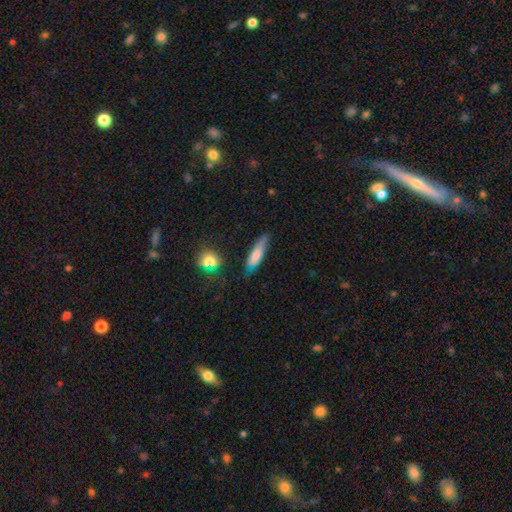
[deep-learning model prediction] Q: Smooth or featured?
A: smooth (73%); runner-up: featured or disk (19%)
Q: How rounded?
A: cigar-shaped (66%); runner-up: in between (31%)
Q: Merging?
A: none (65%); runner-up: minor disturbance (25%)